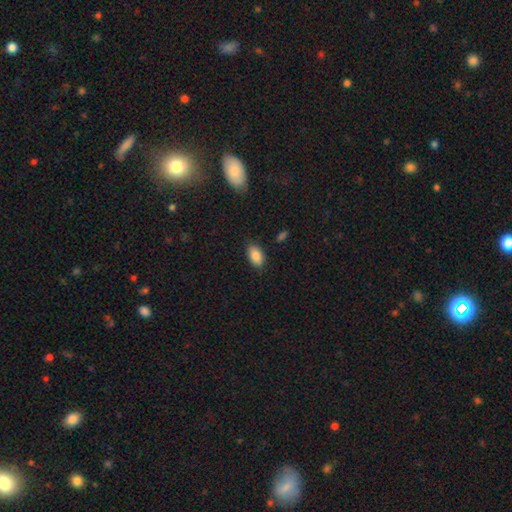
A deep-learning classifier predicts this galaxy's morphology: This appears to be a smooth galaxy with no disk features (85%) that is in between round and cigar-shaped (92%). Merging: none (84%).